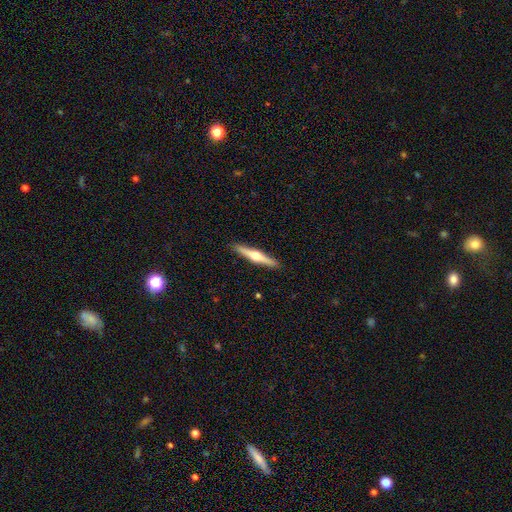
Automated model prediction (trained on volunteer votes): smooth-or-featured: featured or disk: 67% | smooth: 28% | star or artifact: 5%
  disk-edge-on: yes: 98% | no: 2%
    edge-on-bulge: rounded: 94% | none: 3% | boxy: 3%
  merging: none: 92% | minor disturbance: 6% | major disturbance: 1% | merger: 1%